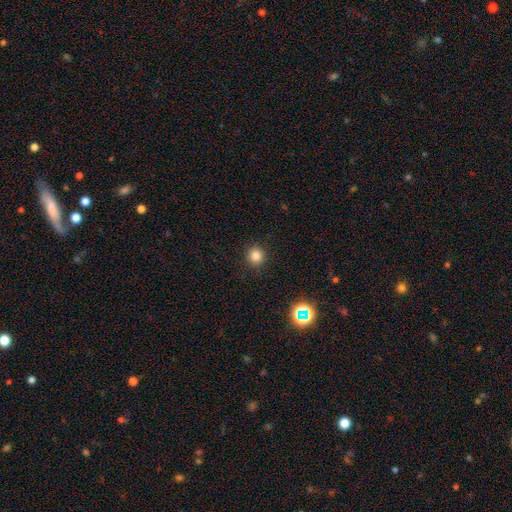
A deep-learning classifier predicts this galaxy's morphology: A smooth galaxy with no disk features (82%) that is round (93%). Merging: none (91%).